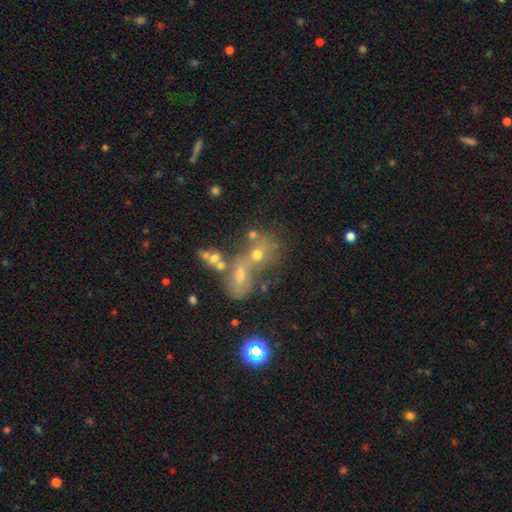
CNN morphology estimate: A smooth galaxy with no disk features (44%).

Vote fractions:
- Smooth or featured? smooth: 44% / featured or disk: 28% / star or artifact: 27%
- Merging? merger: 58% / none: 25% / major disturbance: 9% / minor disturbance: 8%